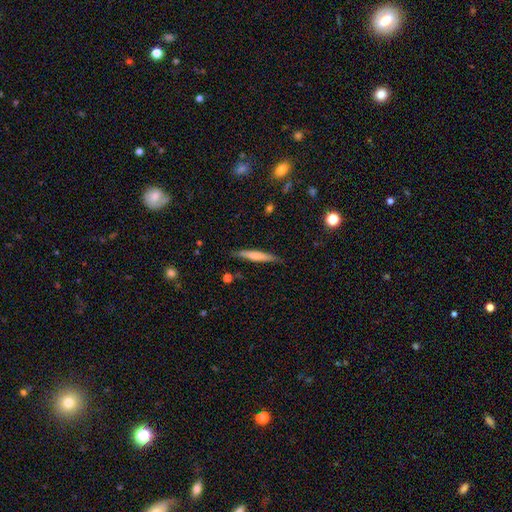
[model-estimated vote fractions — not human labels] A smooth galaxy with no disk features (62%) that is cigar-shaped (93%). Merging: none (86%).